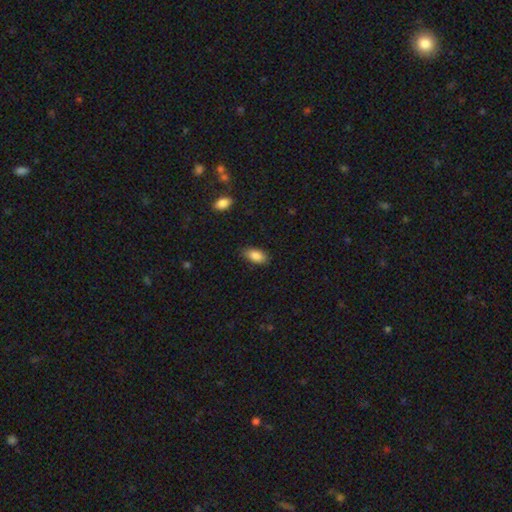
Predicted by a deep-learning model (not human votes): Morphology: type=smooth (87%); roundness=in between (91%); merging=none (82%).